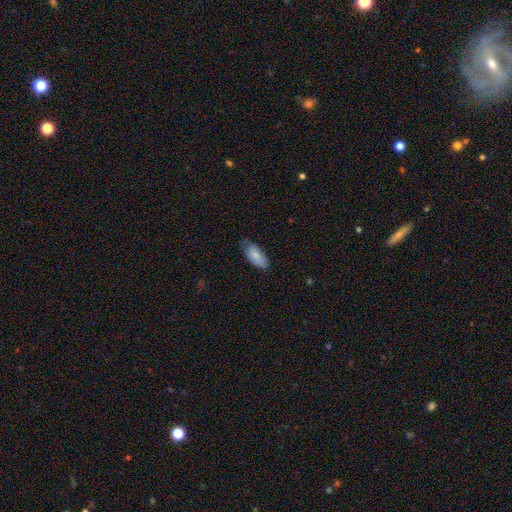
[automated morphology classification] Smooth or featured?
  - smooth: 78% *
  - featured or disk: 16%
  - star or artifact: 6%
How rounded?
  - in between: 91% *
  - cigar-shaped: 7%
  - round: 2%
Merging?
  - none: 58% *
  - minor disturbance: 33%
  - major disturbance: 7%
  - merger: 1%